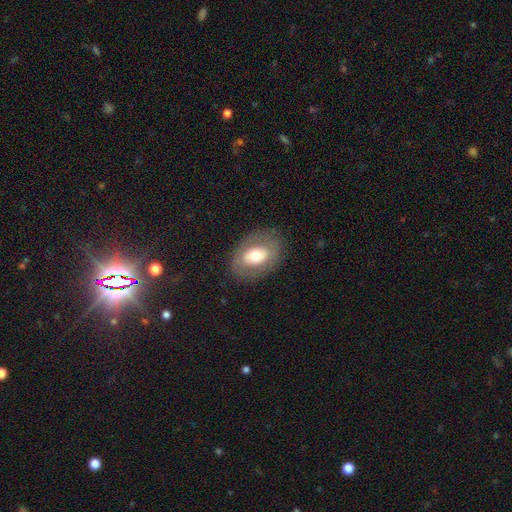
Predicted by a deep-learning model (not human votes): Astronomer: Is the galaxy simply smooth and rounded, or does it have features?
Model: smooth — 55% (runner-up: featured or disk, 38%).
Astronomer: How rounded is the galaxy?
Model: in between — 81%.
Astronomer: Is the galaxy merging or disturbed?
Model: none — 81%.